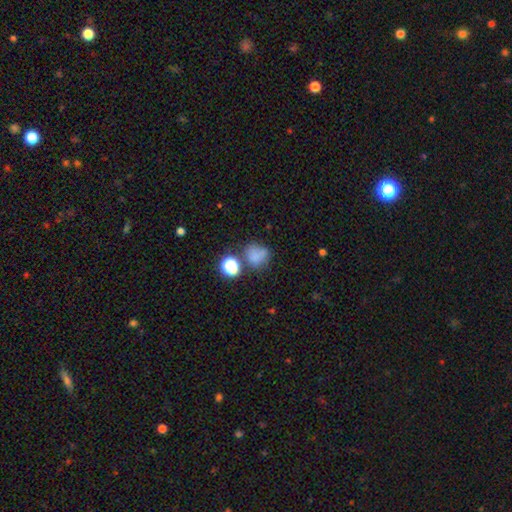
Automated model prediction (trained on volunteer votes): The model was most divided on "merging": none: 52%, merger: 19%, minor disturbance: 18%, major disturbance: 10%. More confident: how rounded — round (74%); smooth or featured — smooth (71%).